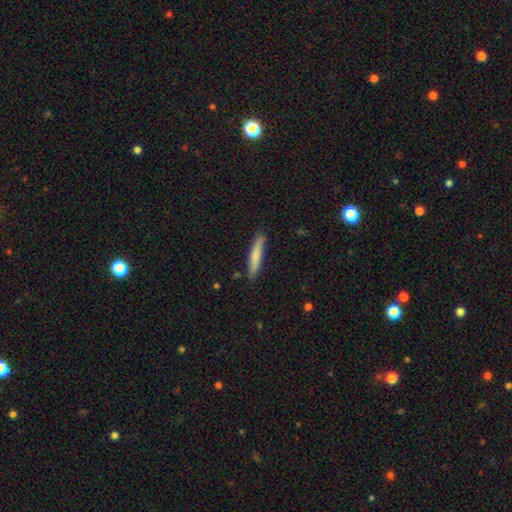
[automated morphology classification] The model was most divided on "smooth or featured": smooth: 72%, featured or disk: 23%, star or artifact: 5%. More confident: how rounded — cigar-shaped (93%); merging — none (86%).